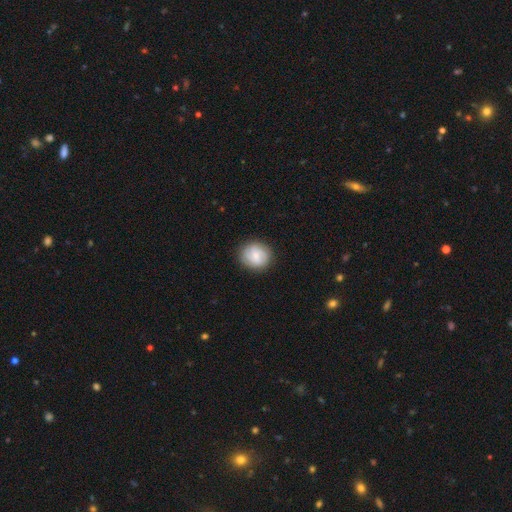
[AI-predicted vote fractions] Q: Smooth or featured?
A: smooth (55%); runner-up: featured or disk (37%)
Q: How rounded?
A: round (81%); runner-up: in between (18%)
Q: Merging?
A: none (85%); runner-up: minor disturbance (11%)